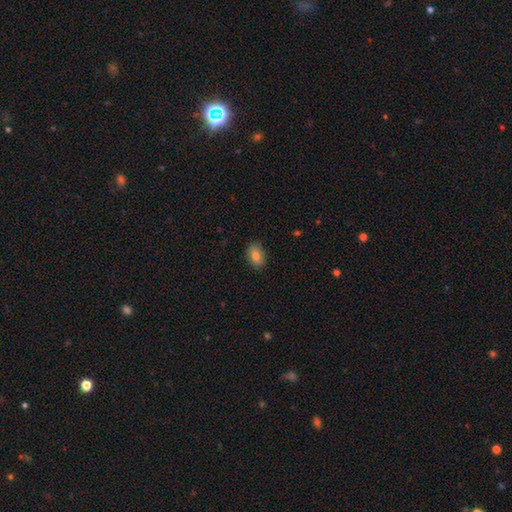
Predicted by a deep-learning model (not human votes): smooth 81%, featured or disk 11%, star or artifact 8%. Down the decision tree: how rounded — in between (86%); merging — none (86%).